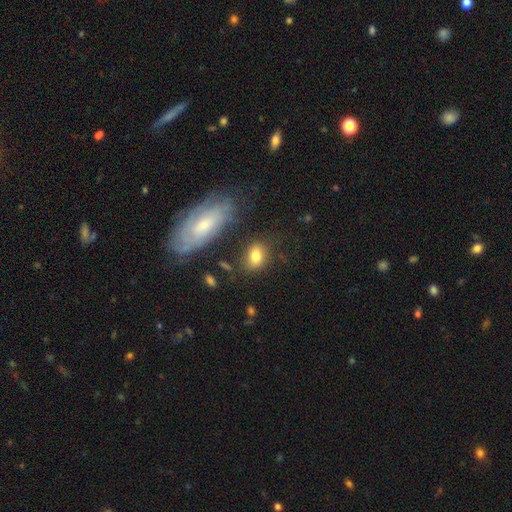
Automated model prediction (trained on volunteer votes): This is likely a smooth galaxy (80%). How rounded: likely in between (68%). Merging: likely none (76%).